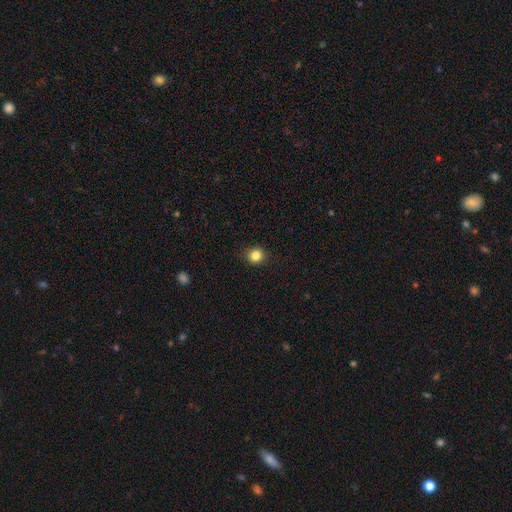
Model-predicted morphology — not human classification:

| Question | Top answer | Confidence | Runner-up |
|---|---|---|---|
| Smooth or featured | smooth | 84% | star or artifact (11%) |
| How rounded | round | 88% | in between (11%) |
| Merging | none | 90% | minor disturbance (7%) |